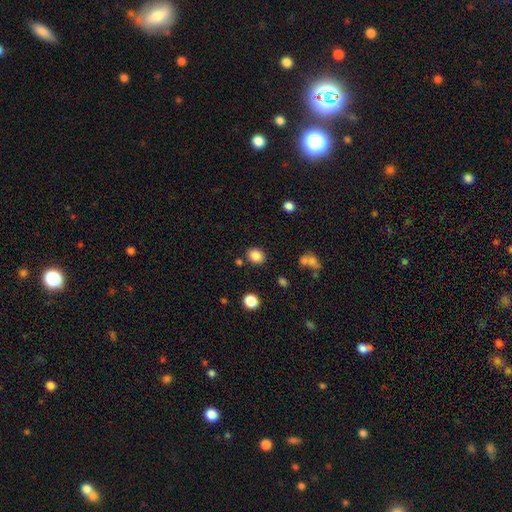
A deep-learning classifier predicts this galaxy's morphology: A smooth galaxy with no disk features (84%) that is round (58%). Merging: none (82%).